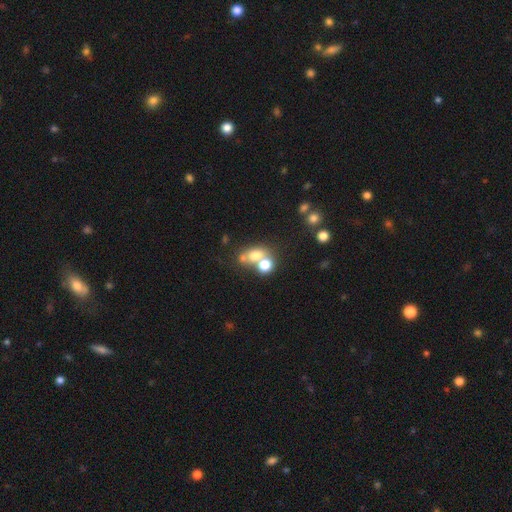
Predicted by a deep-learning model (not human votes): This is likely a smooth galaxy (68%). How rounded: possibly in between (50%). Merging: possibly merger (52%).